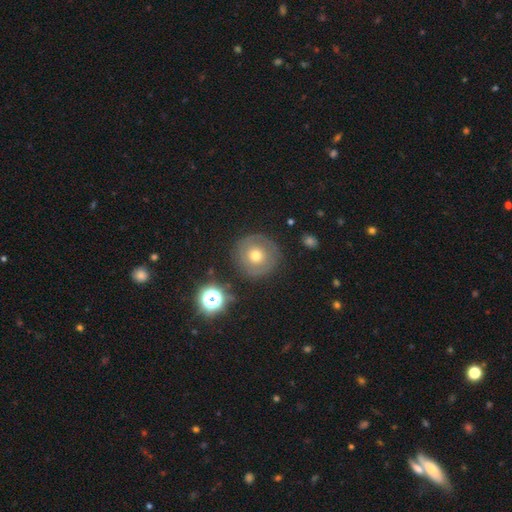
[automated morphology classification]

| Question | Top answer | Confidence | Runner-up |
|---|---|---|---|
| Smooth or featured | smooth | 52% | featured or disk (37%) |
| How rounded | round | 94% | in between (5%) |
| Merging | none | 82% | minor disturbance (11%) |